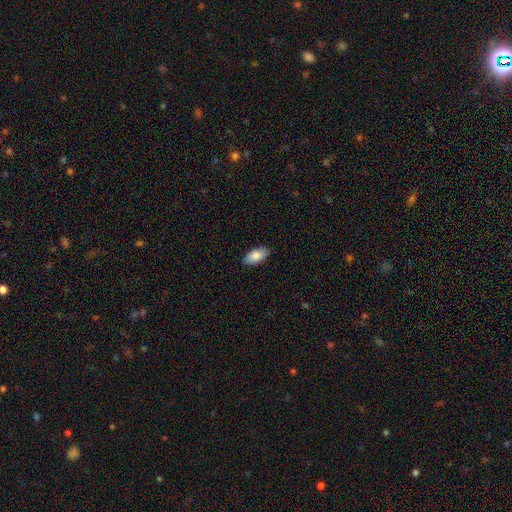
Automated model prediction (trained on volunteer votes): A smooth galaxy with no disk features (87%) that is in between round and cigar-shaped (93%).

Vote fractions:
- Smooth or featured? smooth: 87% / featured or disk: 7% / star or artifact: 6%
- How rounded? in between: 93% / cigar-shaped: 5% / round: 2%
- Merging? none: 87% / minor disturbance: 10% / major disturbance: 2% / merger: 1%